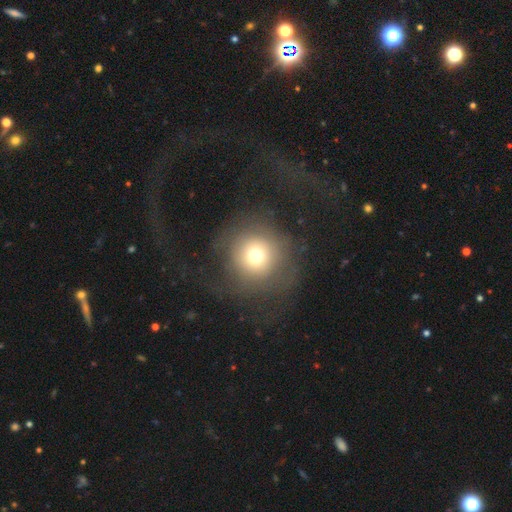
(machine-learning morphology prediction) A smooth galaxy with no disk features (69%) that is round (94%).

Vote fractions:
- Smooth or featured? smooth: 69% / featured or disk: 16% / star or artifact: 15%
- How rounded? round: 94% / in between: 5% / cigar-shaped: 1%
- Merging? none: 71% / major disturbance: 15% / minor disturbance: 12% / merger: 1%